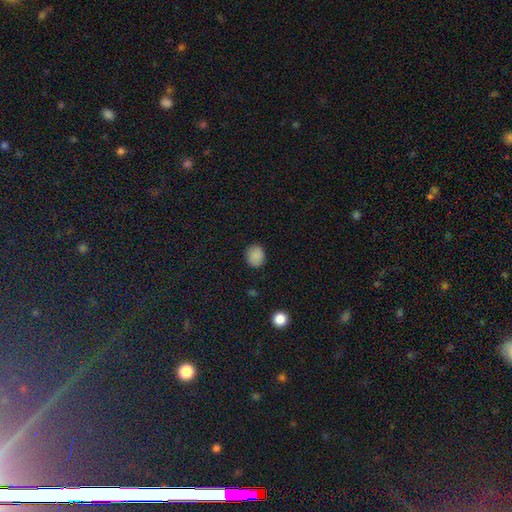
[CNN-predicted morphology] Overall: smooth (86%). How rounded: round (76%). Merging: none (86%).